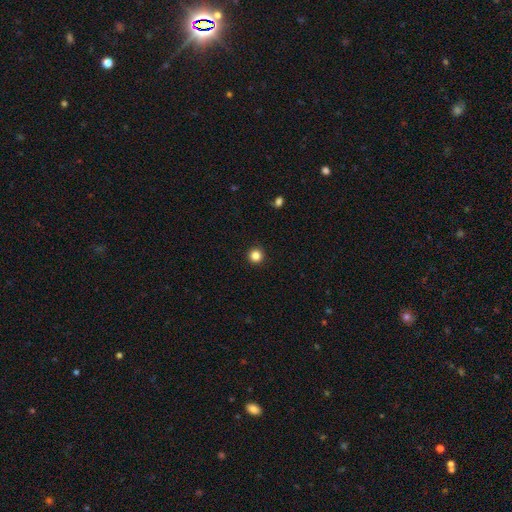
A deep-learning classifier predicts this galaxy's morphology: smooth-or-featured: smooth: 84% | star or artifact: 12% | featured or disk: 4%
  how-rounded: round: 95% | in between: 4% | cigar-shaped: 1%
  merging: none: 93% | minor disturbance: 5% | major disturbance: 2% | merger: 1%